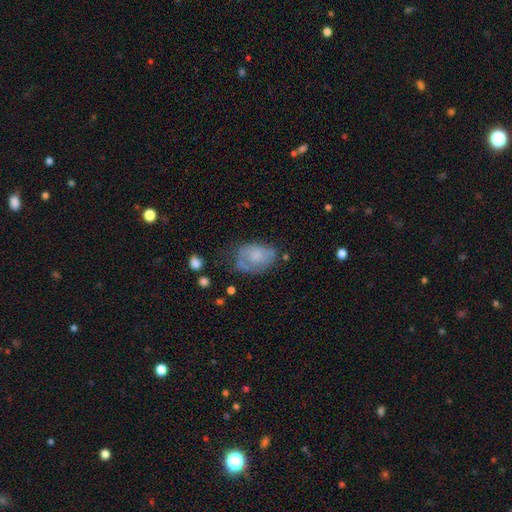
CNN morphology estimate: This appears to be a smooth galaxy with no disk features (53%) that is in between round and cigar-shaped (82%). Merging: none (45%).